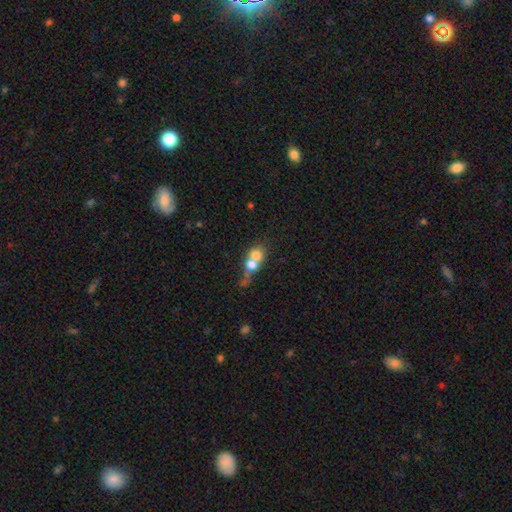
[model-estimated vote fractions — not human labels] Smooth or featured? Predicted: smooth (p=0.66). How rounded? Predicted: round (p=0.70). Merging? Predicted: merger (p=0.70).